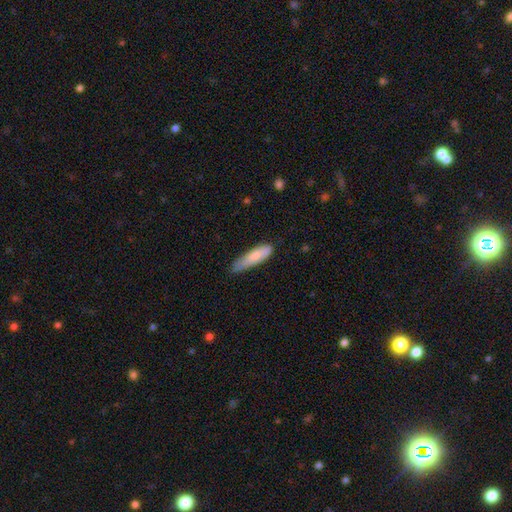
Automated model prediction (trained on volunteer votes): This appears to be a smooth galaxy with no disk features (79%) that is cigar-shaped (68%). Merging: none (53%).